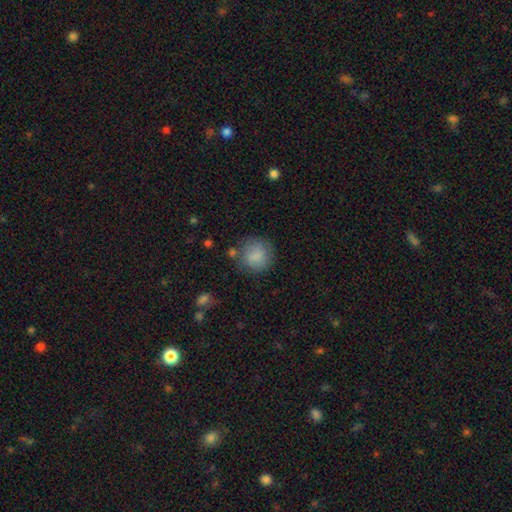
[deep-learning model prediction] Overall: smooth (82%). How rounded: round (88%). Merging: none (70%).